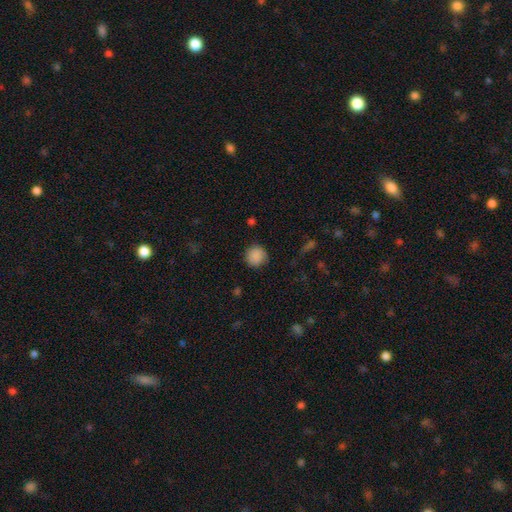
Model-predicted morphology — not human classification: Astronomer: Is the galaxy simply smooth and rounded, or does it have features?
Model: smooth — 87%.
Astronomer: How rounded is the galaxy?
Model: round — 90%.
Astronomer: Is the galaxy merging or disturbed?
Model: none — 83%.